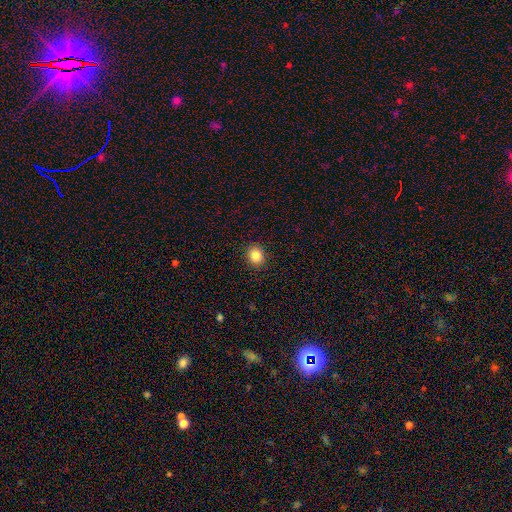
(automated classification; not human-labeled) Overall: smooth (85%). How rounded: round (75%). Merging: none (91%).